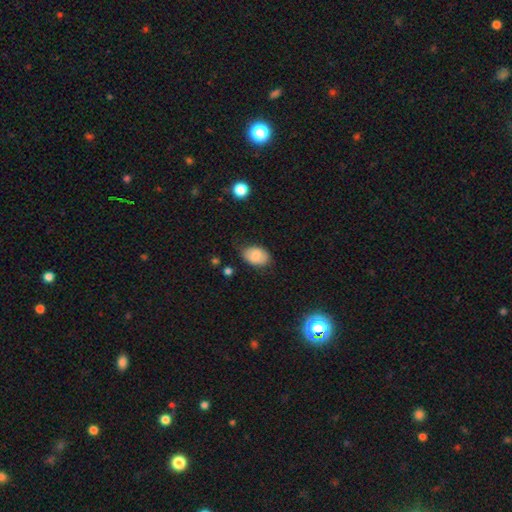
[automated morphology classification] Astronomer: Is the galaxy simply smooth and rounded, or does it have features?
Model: smooth — 81%.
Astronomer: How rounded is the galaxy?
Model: in between — 83%.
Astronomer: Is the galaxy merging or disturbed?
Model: none — 72%.